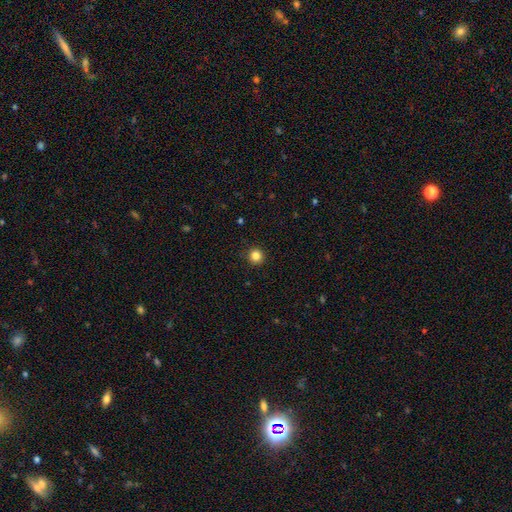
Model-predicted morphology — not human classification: Smooth or featured? smooth (84%)
How rounded? round (95%)
Merging? none (92%)